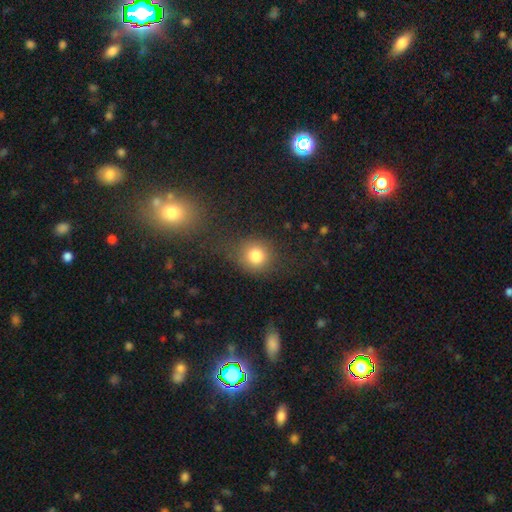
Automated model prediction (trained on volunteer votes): Smooth or featured? Predicted: smooth (p=0.82). How rounded? Predicted: round (p=0.86). Merging? Predicted: none (p=0.69).